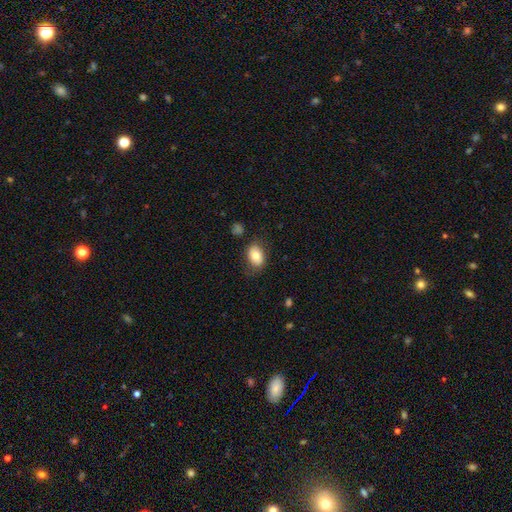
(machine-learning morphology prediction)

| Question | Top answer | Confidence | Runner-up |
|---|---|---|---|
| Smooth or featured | smooth | 77% | featured or disk (15%) |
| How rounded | in between | 79% | round (19%) |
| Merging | none | 72% | minor disturbance (19%) |